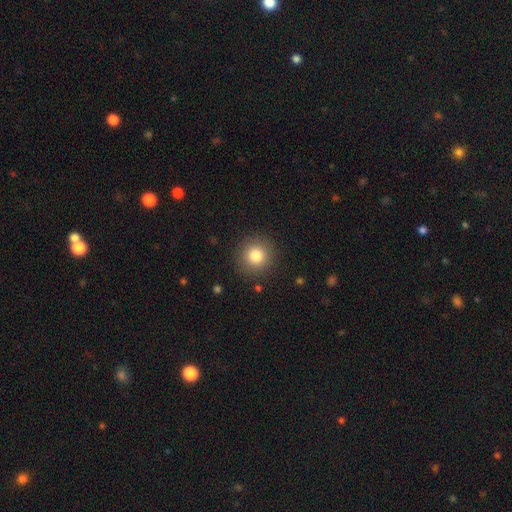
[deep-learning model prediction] Morphology: type=smooth (82%); roundness=round (95%); merging=none (90%).